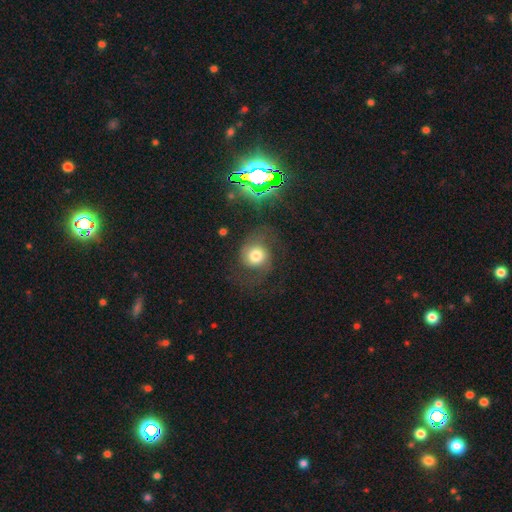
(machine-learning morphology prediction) smooth-or-featured: featured or disk: 46% | smooth: 41% | star or artifact: 13%
  merging: none: 58% | major disturbance: 22% | minor disturbance: 18% | merger: 2%